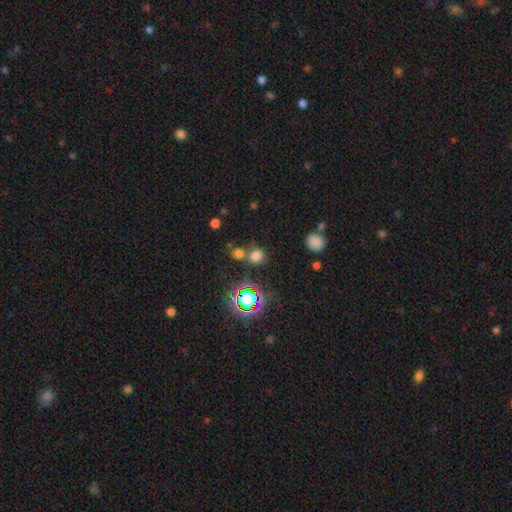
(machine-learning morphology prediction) type=smooth (67%); roundness=round (82%); merging=none (61%).